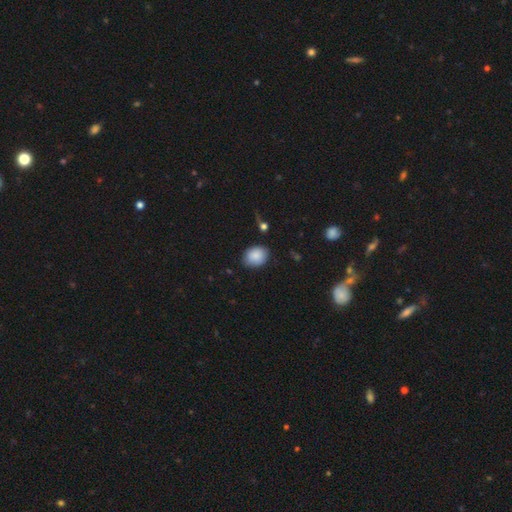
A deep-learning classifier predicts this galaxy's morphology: Q: Smooth or featured?
A: smooth (87%); runner-up: star or artifact (8%)
Q: How rounded?
A: in between (52%); runner-up: round (47%)
Q: Merging?
A: none (80%); runner-up: minor disturbance (15%)